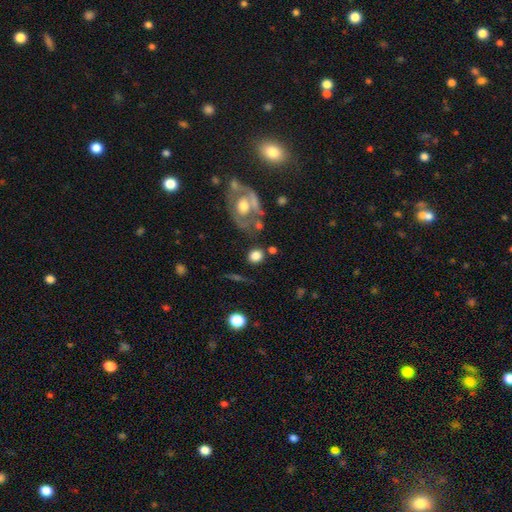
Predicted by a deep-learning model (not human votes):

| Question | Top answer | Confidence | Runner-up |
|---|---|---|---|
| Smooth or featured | smooth | 76% | featured or disk (15%) |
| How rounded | round | 73% | in between (26%) |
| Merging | none | 69% | minor disturbance (13%) |